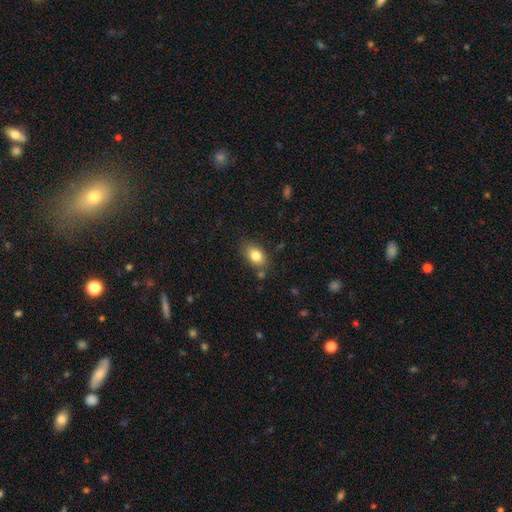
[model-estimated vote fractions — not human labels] Q: Smooth or featured?
A: smooth (82%); runner-up: featured or disk (10%)
Q: How rounded?
A: in between (80%); runner-up: round (18%)
Q: Merging?
A: none (76%); runner-up: minor disturbance (16%)